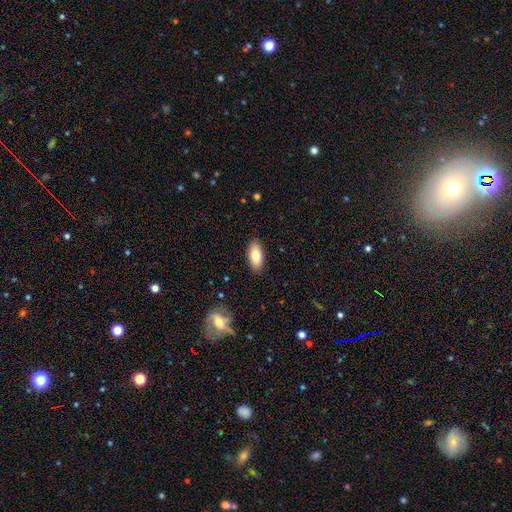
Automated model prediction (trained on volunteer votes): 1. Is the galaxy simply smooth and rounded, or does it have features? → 80% smooth, 13% featured or disk, 7% star or artifact.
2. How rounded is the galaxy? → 90% in between, 8% cigar-shaped, 3% round.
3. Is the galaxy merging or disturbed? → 88% none, 9% minor disturbance, 2% major disturbance, 1% merger.